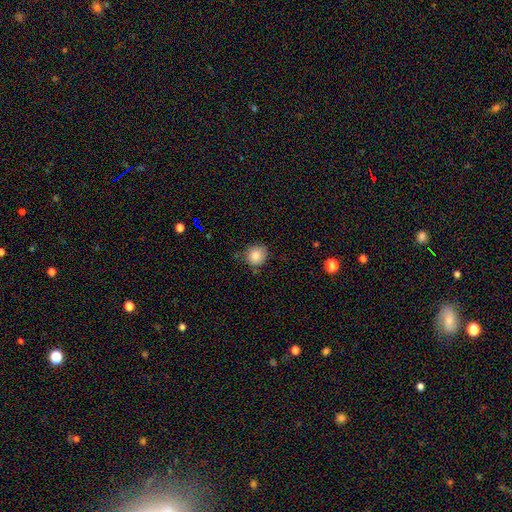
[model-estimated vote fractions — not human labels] The model was most divided on "merging": none: 75%, minor disturbance: 19%, major disturbance: 3%, merger: 2%. More confident: smooth or featured — smooth (85%); how rounded — round (84%).